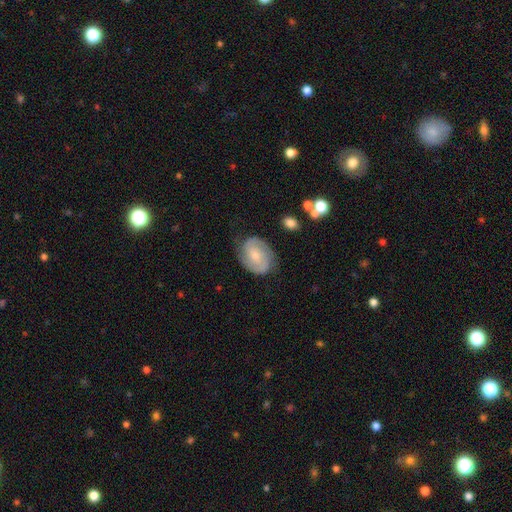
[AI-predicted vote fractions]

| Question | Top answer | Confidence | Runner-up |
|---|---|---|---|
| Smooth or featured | featured or disk | 72% | smooth (22%) |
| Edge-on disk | no | 97% | yes (3%) |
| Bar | no | 50% | weak (41%) |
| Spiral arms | yes | 93% | no (7%) |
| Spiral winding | tight | 45% | medium (42%) |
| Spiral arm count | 2 | 83% | can't tell (9%) |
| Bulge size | small | 53% | moderate (39%) |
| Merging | none | 76% | minor disturbance (17%) |